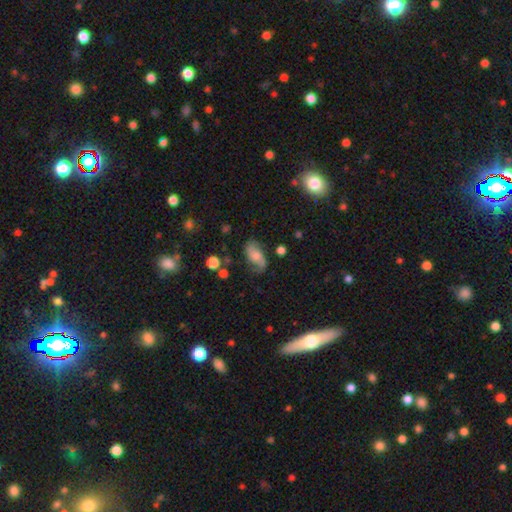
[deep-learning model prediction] Smooth or featured?
  - featured or disk: 58% *
  - smooth: 33%
  - star or artifact: 9%
Edge-on disk?
  - no: 95% *
  - yes: 5%
Bar?
  - no: 60% *
  - weak: 32%
  - strong: 8%
Spiral arms?
  - yes: 90% *
  - no: 10%
Bulge size?
  - moderate: 33% *
  - small: 29%
  - none: 22%
  - large: 14%
  - dominant: 3%
Merging?
  - none: 66% *
  - minor disturbance: 22%
  - major disturbance: 10%
  - merger: 3%